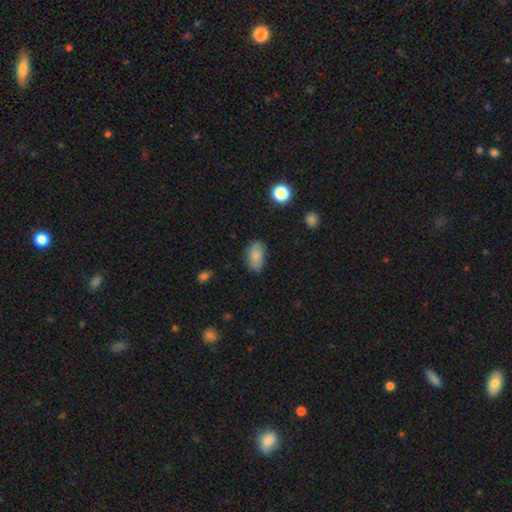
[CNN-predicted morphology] A smooth galaxy with no disk features (83%) that is in between round and cigar-shaped (90%). Merging: none (75%).